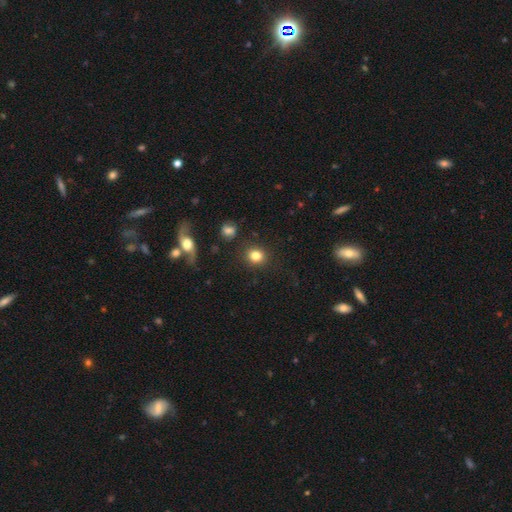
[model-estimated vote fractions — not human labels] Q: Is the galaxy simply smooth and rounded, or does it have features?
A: smooth — 82%.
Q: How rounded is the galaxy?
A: round — 84%.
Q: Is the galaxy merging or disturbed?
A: none — 88%.